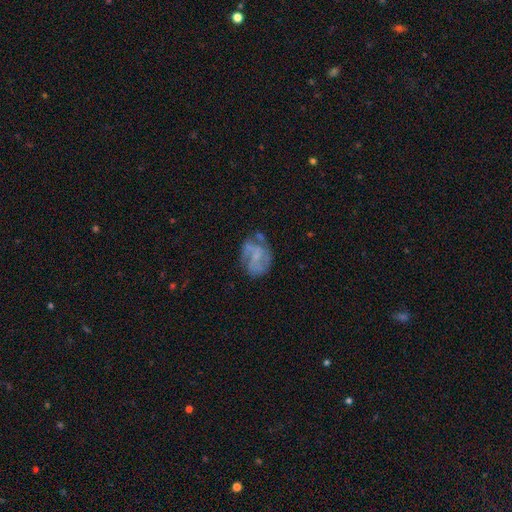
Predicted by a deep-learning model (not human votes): smooth_or_featured: featured or disk (p=0.59) [alt: smooth p=0.31]
disk_edge_on: no (p=0.98) [alt: yes p=0.02]
bar: no (p=0.56) [alt: weak p=0.35]
has_spiral_arms: yes (p=0.63) [alt: no p=0.37]
bulge_size: none (p=0.41) [alt: small p=0.39]
merging: none (p=0.53) [alt: minor disturbance p=0.24]